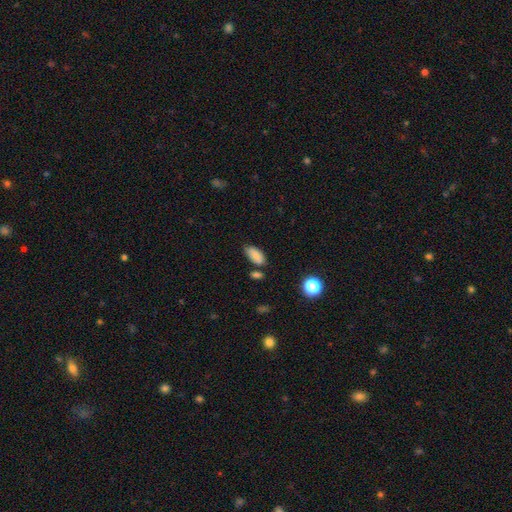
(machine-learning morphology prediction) type=smooth (83%); roundness=in between (90%); merging=none (68%).